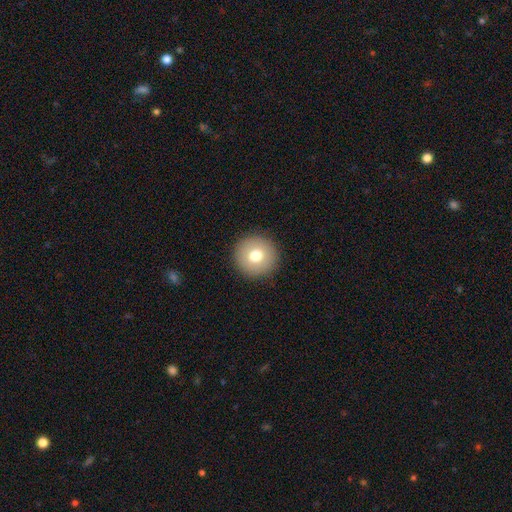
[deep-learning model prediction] smooth_or_featured: smooth (p=0.74) [alt: featured or disk p=0.16]
how_rounded: round (p=0.96) [alt: in between p=0.03]
merging: none (p=0.92) [alt: minor disturbance p=0.05]